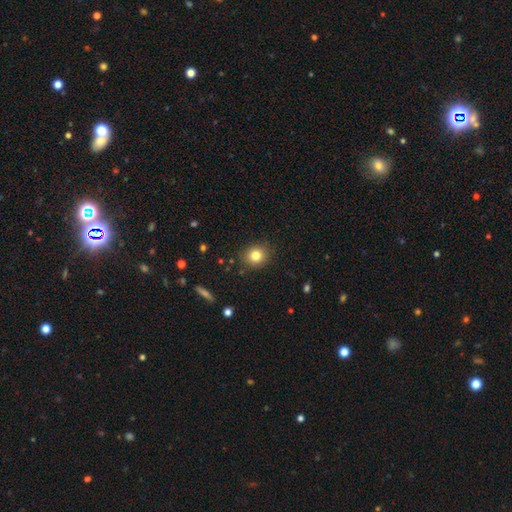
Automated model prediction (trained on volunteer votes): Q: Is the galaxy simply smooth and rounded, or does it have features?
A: smooth — 81%.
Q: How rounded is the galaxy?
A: round — 80%.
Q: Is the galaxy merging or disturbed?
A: none — 88%.